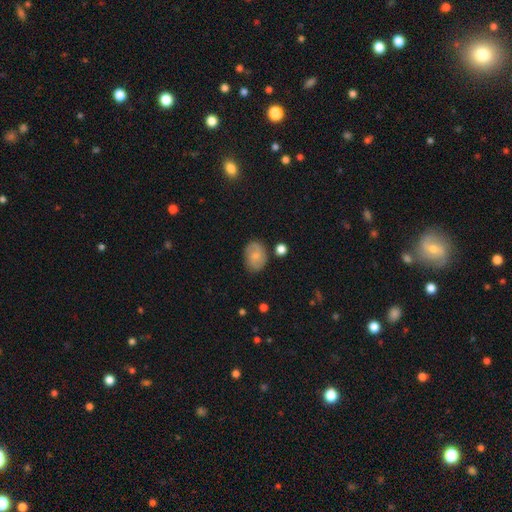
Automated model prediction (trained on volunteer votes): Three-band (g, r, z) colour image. It shows a smooth galaxy with no disk features (67%) that is in between round and cigar-shaped (73%). Merging: none (71%).